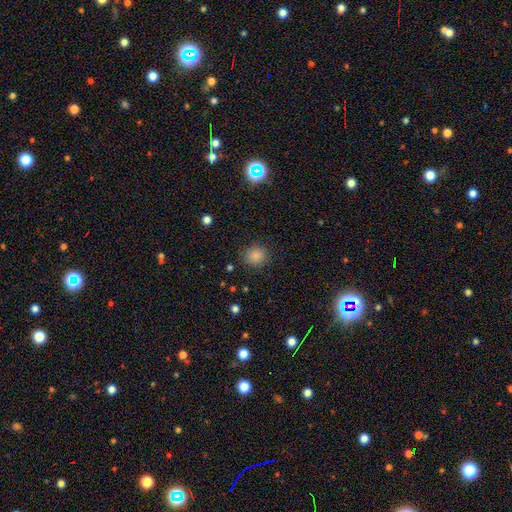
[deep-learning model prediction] A smooth galaxy with no disk features (84%) that is round (87%). Merging: none (86%).